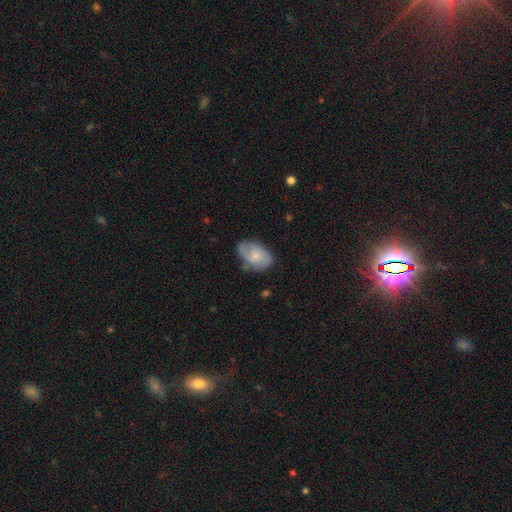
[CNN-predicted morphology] A smooth galaxy with no disk features (63%) that is in between round and cigar-shaped (88%).

Vote fractions:
- Smooth or featured? smooth: 63% / featured or disk: 30% / star or artifact: 7%
- How rounded? in between: 88% / round: 10% / cigar-shaped: 1%
- Merging? none: 61% / minor disturbance: 28% / major disturbance: 8% / merger: 3%